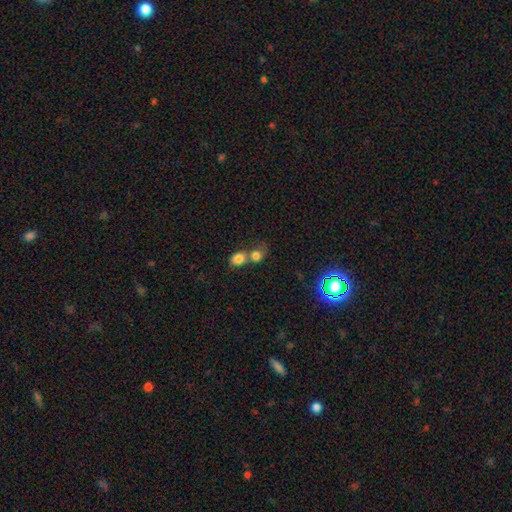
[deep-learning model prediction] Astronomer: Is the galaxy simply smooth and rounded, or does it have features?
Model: smooth — 78%.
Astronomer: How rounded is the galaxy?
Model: round — 59% (runner-up: in between, 39%).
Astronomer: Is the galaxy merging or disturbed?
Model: merger — 67%.